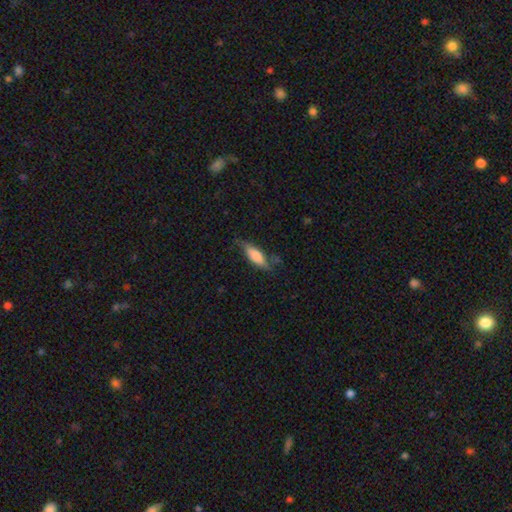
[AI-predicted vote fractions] This appears to be a smooth galaxy with no disk features (68%) that is in between round and cigar-shaped (55%). Merging: none (66%).